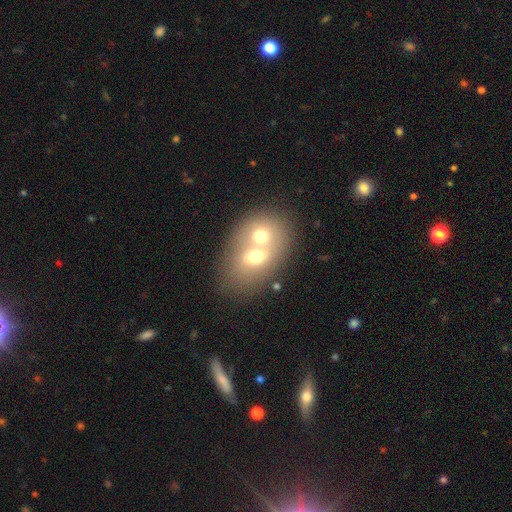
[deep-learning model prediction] Smooth or featured? Predicted: smooth (p=0.60). How rounded? Predicted: in between (p=0.61). Merging? Predicted: merger (p=0.66).